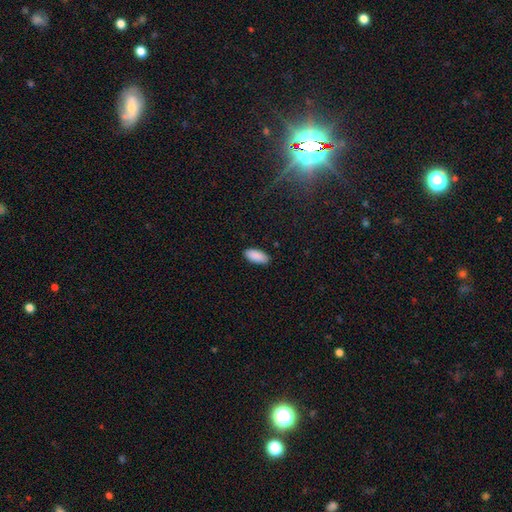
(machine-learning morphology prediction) Smooth or featured?
  - smooth: 91% *
  - star or artifact: 6%
  - featured or disk: 3%
How rounded?
  - in between: 89% *
  - cigar-shaped: 9%
  - round: 2%
Merging?
  - none: 89% *
  - minor disturbance: 8%
  - major disturbance: 2%
  - merger: 1%